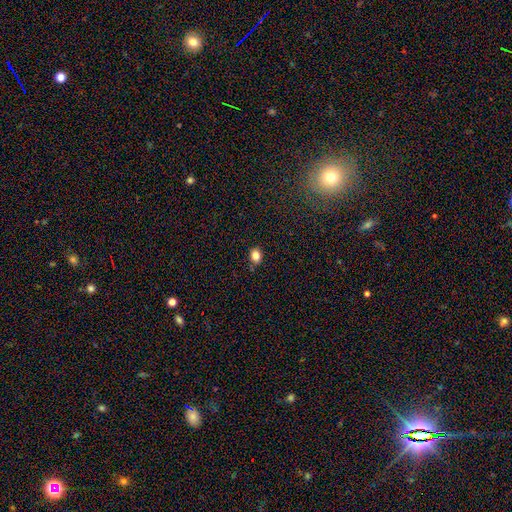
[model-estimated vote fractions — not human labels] smooth_or_featured: smooth (p=0.82) [alt: star or artifact p=0.12]
how_rounded: in between (p=0.55) [alt: round p=0.44]
merging: none (p=0.83) [alt: minor disturbance p=0.12]